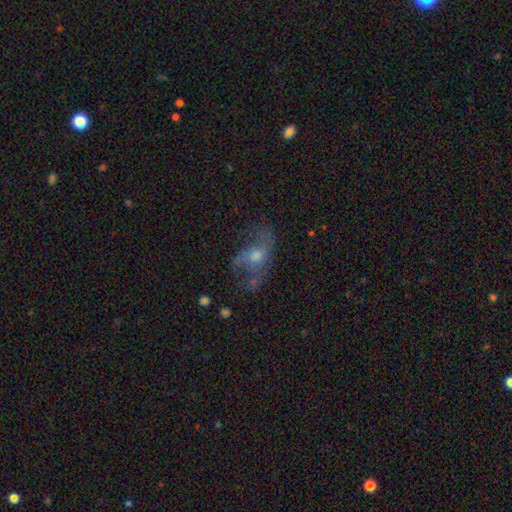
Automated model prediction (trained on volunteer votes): Smooth or featured? featured or disk (66%)
Edge-on disk? no (95%)
Bar? no (67%)
Spiral arms? yes (73%)
Bulge size? moderate (58%)
Merging? none (45%)